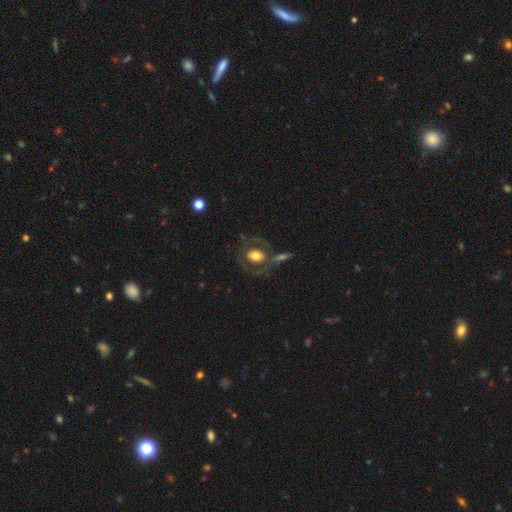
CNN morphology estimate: smooth_or_featured: featured or disk (p=0.47) [alt: smooth p=0.46]
merging: none (p=0.60) [alt: minor disturbance p=0.15]